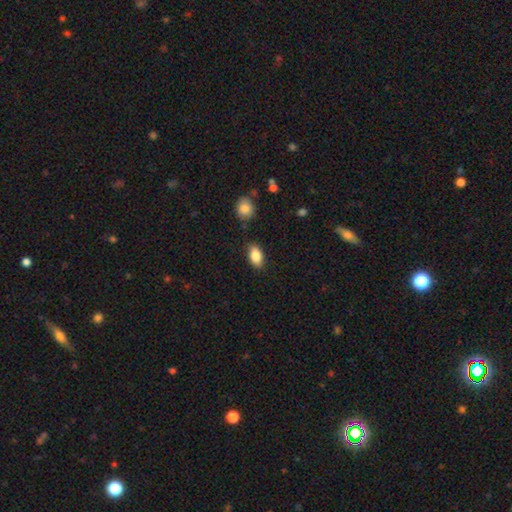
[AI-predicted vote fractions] This is clearly a smooth galaxy (85%). How rounded: clearly in between (90%). Merging: clearly none (82%).